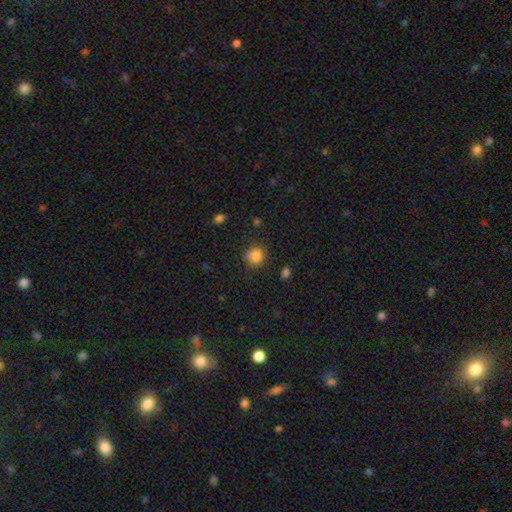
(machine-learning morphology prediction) smooth 83%, star or artifact 11%, featured or disk 5%. Down the decision tree: how rounded — round (74%); merging — none (66%).